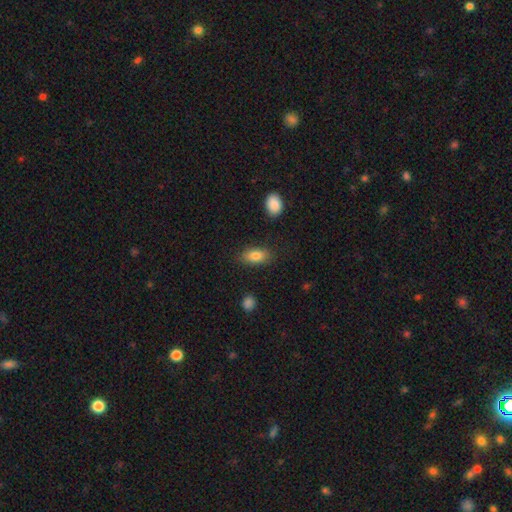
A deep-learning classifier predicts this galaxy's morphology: smooth 83%, featured or disk 10%, star or artifact 8%. Down the decision tree: how rounded — in between (89%); merging — none (83%).